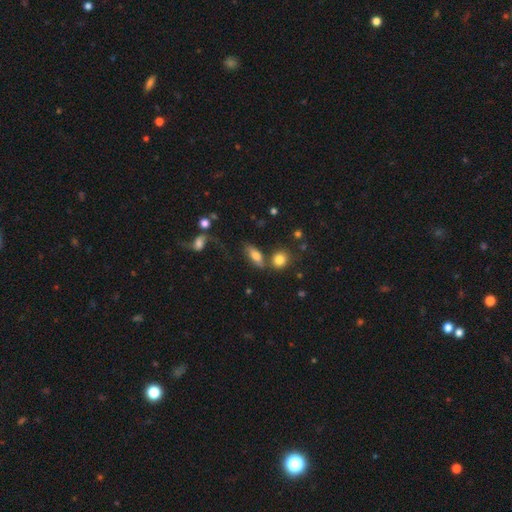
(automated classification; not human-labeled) A smooth galaxy with no disk features (72%) that is in between round and cigar-shaped (69%). Merging: none (58%).